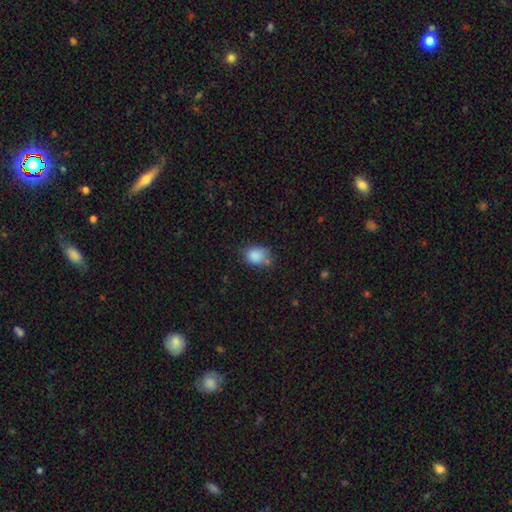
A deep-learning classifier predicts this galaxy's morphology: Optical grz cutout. It shows a smooth galaxy with no disk features (86%) that is in between round and cigar-shaped (57%). Merging: none (61%).